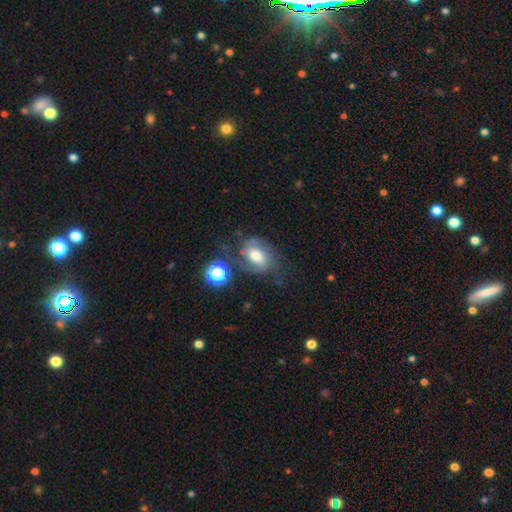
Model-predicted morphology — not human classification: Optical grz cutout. It shows a featured or disk galaxy (69%) with no bar (45%), 2 (73%) medium (49%) spiral arms (90%) and a moderate central bulge (51%). Merging: none (54%).